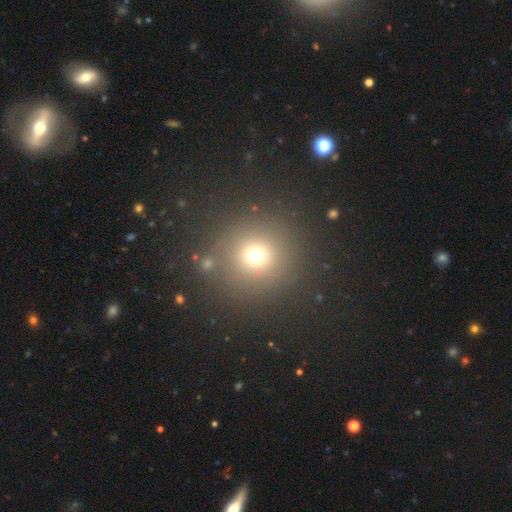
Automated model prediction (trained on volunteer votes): Smooth or featured?
  - smooth: 68% *
  - star or artifact: 22%
  - featured or disk: 9%
How rounded?
  - round: 93% *
  - in between: 6%
  - cigar-shaped: 1%
Merging?
  - none: 83% *
  - minor disturbance: 8%
  - major disturbance: 5%
  - merger: 4%